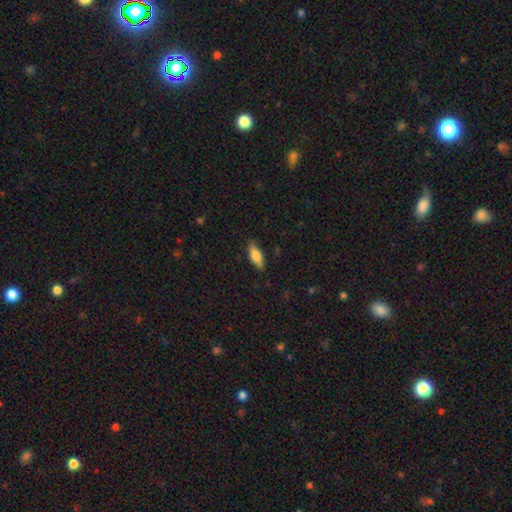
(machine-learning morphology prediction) Q: Smooth or featured?
A: smooth (70%); runner-up: featured or disk (24%)
Q: How rounded?
A: in between (69%); runner-up: cigar-shaped (28%)
Q: Merging?
A: none (83%); runner-up: minor disturbance (13%)